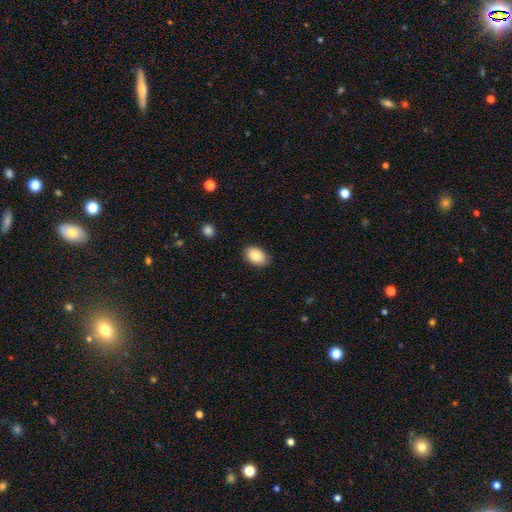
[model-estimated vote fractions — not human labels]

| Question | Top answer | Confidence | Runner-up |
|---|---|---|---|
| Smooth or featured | smooth | 87% | star or artifact (7%) |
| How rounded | in between | 86% | round (12%) |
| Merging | none | 85% | minor disturbance (12%) |